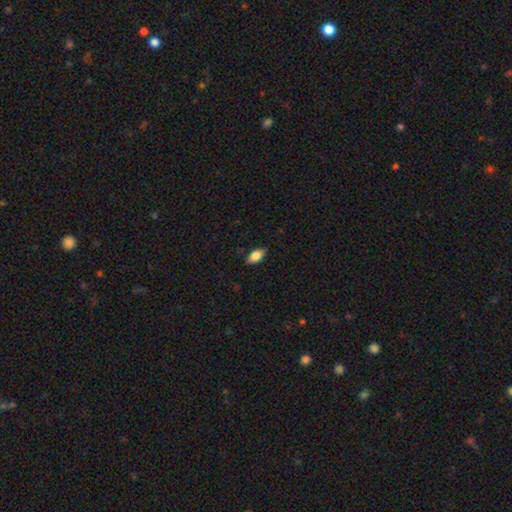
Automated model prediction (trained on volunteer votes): smooth_or_featured: smooth (p=0.82) [alt: featured or disk p=0.11]
how_rounded: in between (p=0.90) [alt: cigar-shaped p=0.07]
merging: none (p=0.86) [alt: minor disturbance p=0.11]